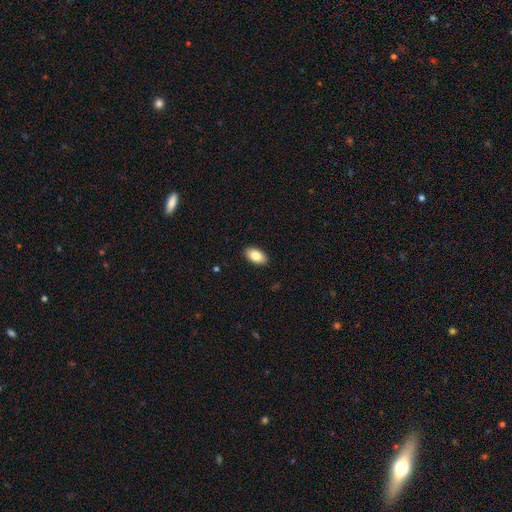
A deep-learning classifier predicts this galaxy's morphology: This is clearly a smooth galaxy (84%). How rounded: clearly in between (94%). Merging: clearly none (90%).